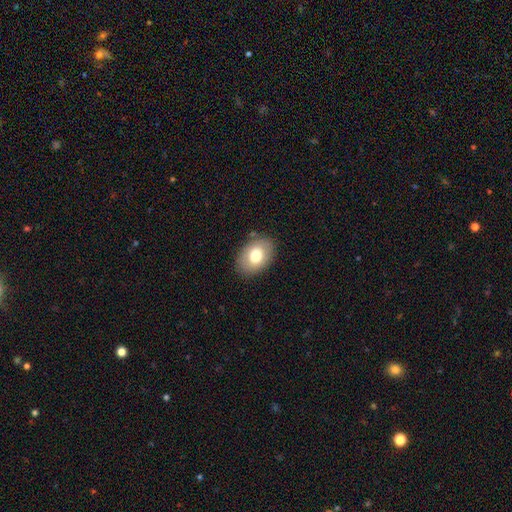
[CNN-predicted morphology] smooth_or_featured: smooth (p=0.75) [alt: featured or disk p=0.18]
how_rounded: in between (p=0.81) [alt: round p=0.18]
merging: none (p=0.84) [alt: minor disturbance p=0.11]